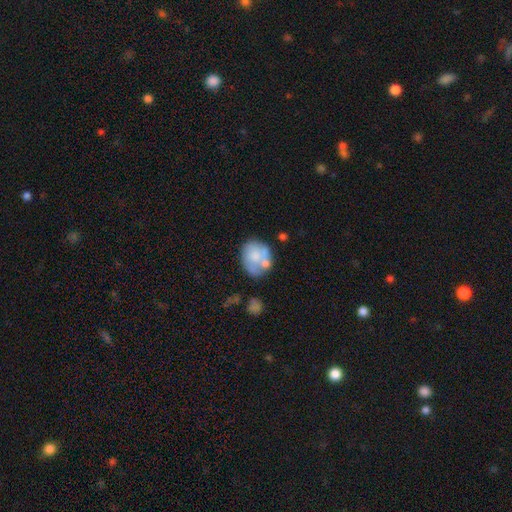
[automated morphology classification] Smooth or featured? smooth (59%)
How rounded? round (62%)
Merging? none (43%)